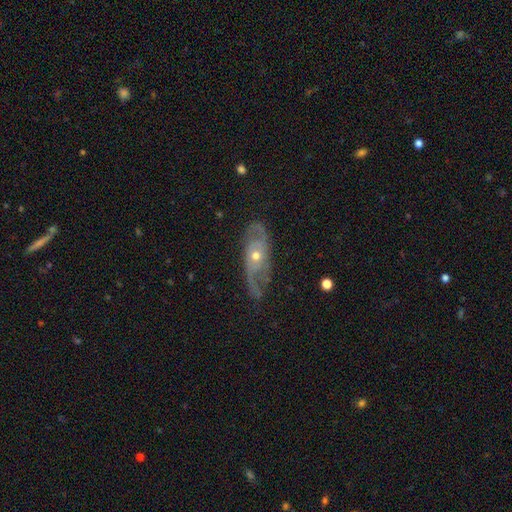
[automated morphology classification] The model was most divided on "bulge size": moderate: 49%, small: 47%, large: 2%, none: 1%, dominant: 1%. Remaining: spiral arms — yes (91%); edge-on disk — no (87%); smooth or featured — featured or disk (82%); bar — no (75%); merging — none (70%); spiral arm count — 2 (68%); spiral winding — medium (43%).